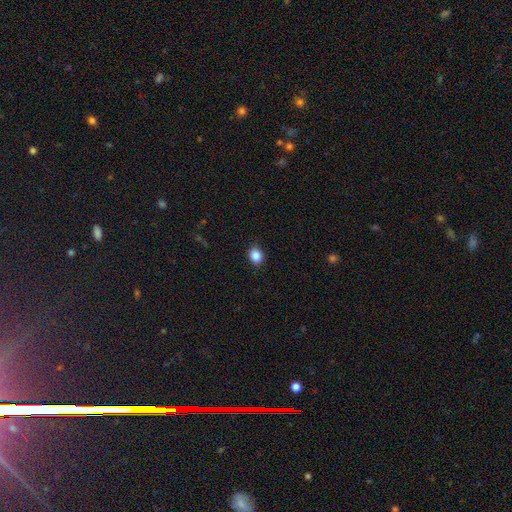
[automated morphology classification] Smooth or featured: smooth — 86% (star or artifact — 10%)
How rounded: round — 51% (in between — 48%)
Merging: none — 88% (minor disturbance — 9%)